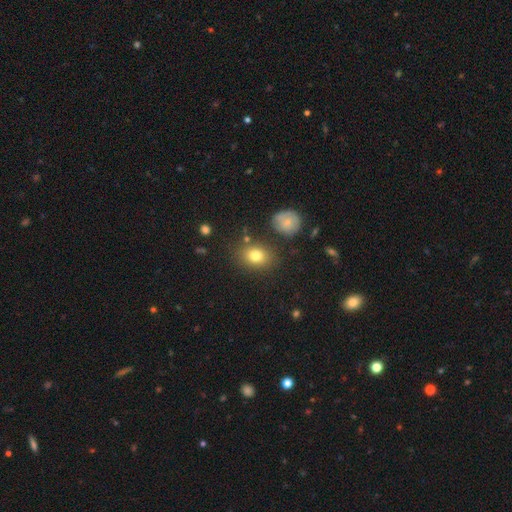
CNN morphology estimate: The model was most divided on "how rounded": in between: 57%, round: 41%, cigar-shaped: 1%. More confident: merging — none (80%); smooth or featured — smooth (79%).